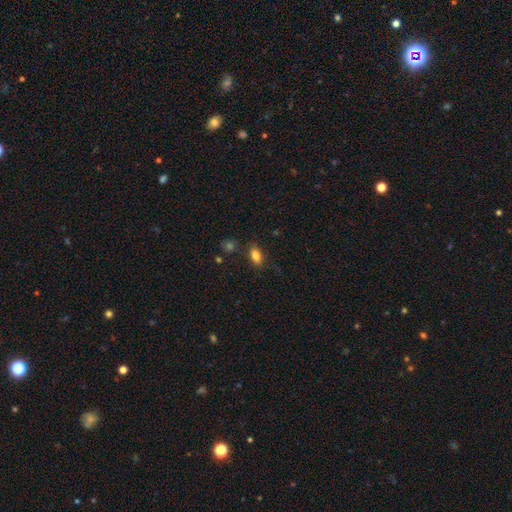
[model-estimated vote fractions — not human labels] Q: Smooth or featured?
A: smooth (82%); runner-up: star or artifact (9%)
Q: How rounded?
A: in between (87%); runner-up: round (8%)
Q: Merging?
A: none (78%); runner-up: minor disturbance (14%)